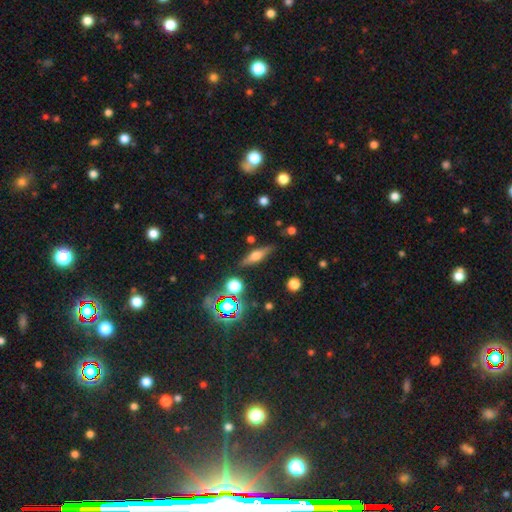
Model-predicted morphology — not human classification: Smooth or featured? featured or disk (47%)
Merging? none (81%)